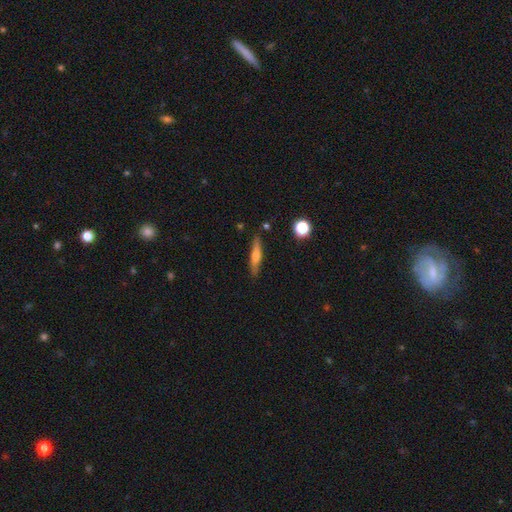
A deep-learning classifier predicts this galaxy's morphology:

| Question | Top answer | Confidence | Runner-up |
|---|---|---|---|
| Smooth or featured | smooth | 51% | featured or disk (42%) |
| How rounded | cigar-shaped | 85% | in between (12%) |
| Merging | none | 85% | minor disturbance (10%) |